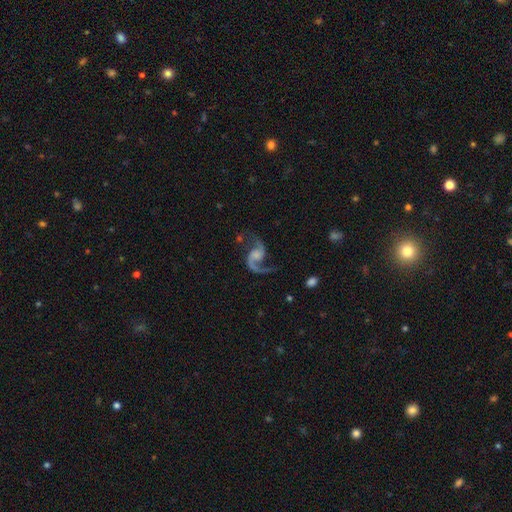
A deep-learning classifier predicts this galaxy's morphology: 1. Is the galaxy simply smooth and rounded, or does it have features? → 92% featured or disk, 5% star or artifact, 4% smooth.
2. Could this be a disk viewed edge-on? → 98% no, 2% yes.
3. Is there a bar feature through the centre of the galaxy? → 58% no, 34% weak, 8% strong.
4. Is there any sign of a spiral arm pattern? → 98% yes, 2% no.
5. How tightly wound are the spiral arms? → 65% loose, 31% medium, 5% tight.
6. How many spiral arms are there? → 90% 2, 6% 1, 1% can't tell, 1% 3, 1% 4, 1% more than 4.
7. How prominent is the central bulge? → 37% none, 27% small, 24% moderate, 10% large, 2% dominant.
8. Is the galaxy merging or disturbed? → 68% none, 15% minor disturbance, 13% major disturbance, 3% merger.